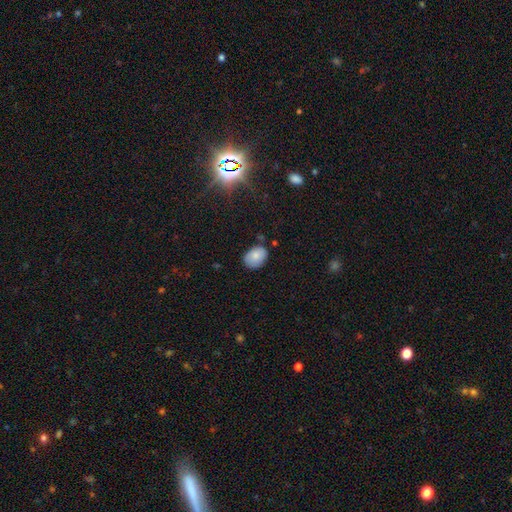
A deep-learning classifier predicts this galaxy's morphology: The model was most divided on "how rounded": in between: 73%, round: 26%, cigar-shaped: 1%. More confident: smooth or featured — smooth (81%); merging — none (72%).